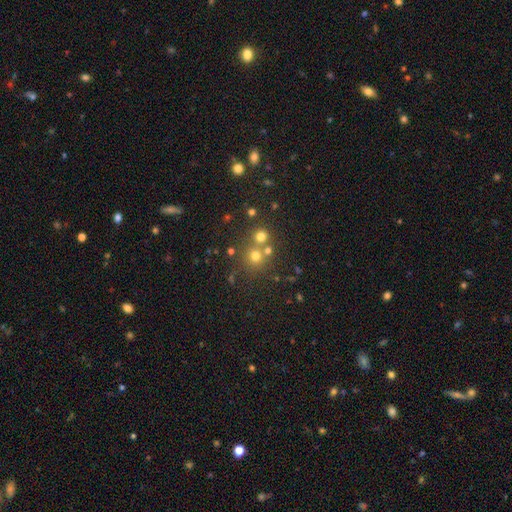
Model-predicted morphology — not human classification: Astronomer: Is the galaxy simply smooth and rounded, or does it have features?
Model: smooth — 64%.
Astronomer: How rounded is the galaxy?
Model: round — 89%.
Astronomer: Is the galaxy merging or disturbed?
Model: none — 62%.